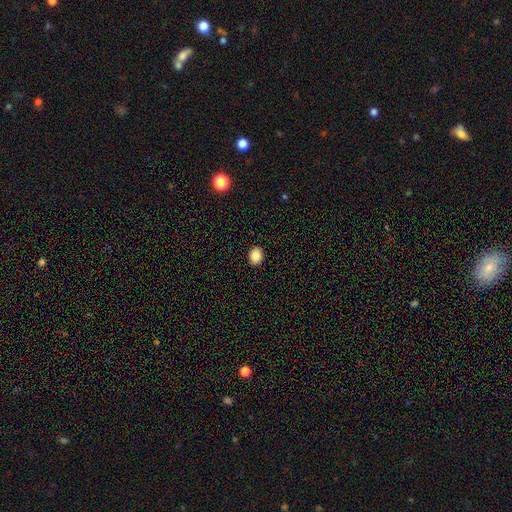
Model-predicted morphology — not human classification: A smooth galaxy with no disk features (86%) that is round (51%). Merging: none (91%).